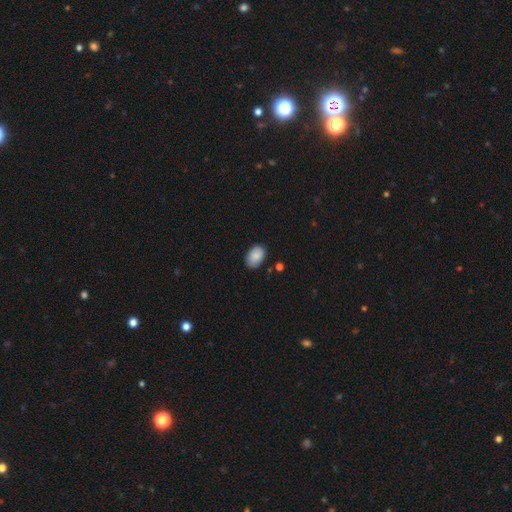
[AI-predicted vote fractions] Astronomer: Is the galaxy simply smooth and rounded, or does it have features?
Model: smooth — 88%.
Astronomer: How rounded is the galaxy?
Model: in between — 86%.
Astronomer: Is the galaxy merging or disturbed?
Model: none — 84%.